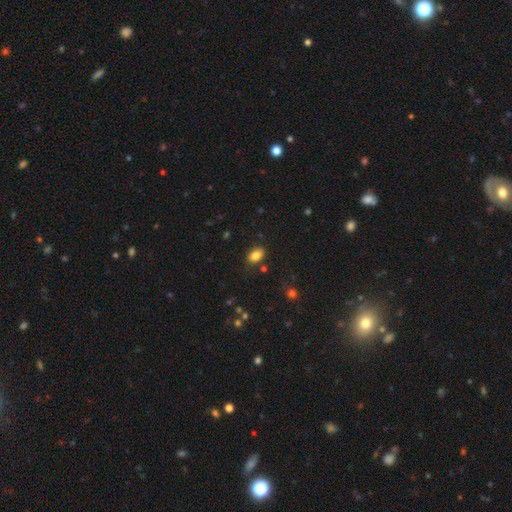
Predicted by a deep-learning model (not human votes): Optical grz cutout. It shows a smooth galaxy with no disk features (84%) that is in between round and cigar-shaped (86%). Merging: none (83%).